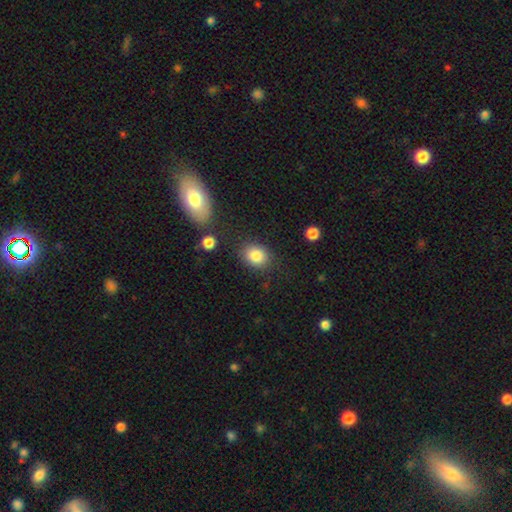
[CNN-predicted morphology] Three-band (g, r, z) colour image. It shows a smooth galaxy with no disk features (85%) that is round (54%). Merging: none (81%).